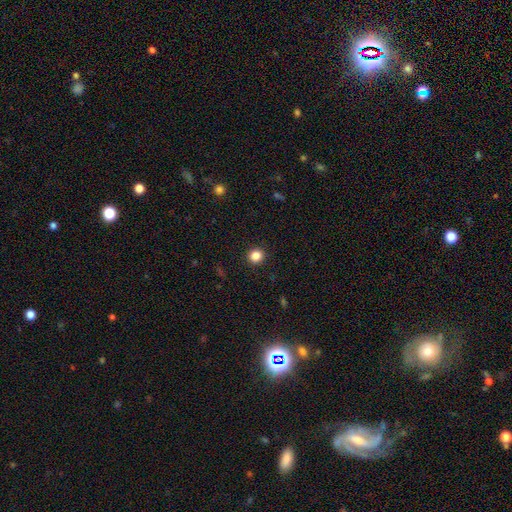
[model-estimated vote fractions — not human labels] Smooth or featured: smooth — 85% (star or artifact — 11%)
How rounded: round — 89% (in between — 10%)
Merging: none — 92% (minor disturbance — 5%)